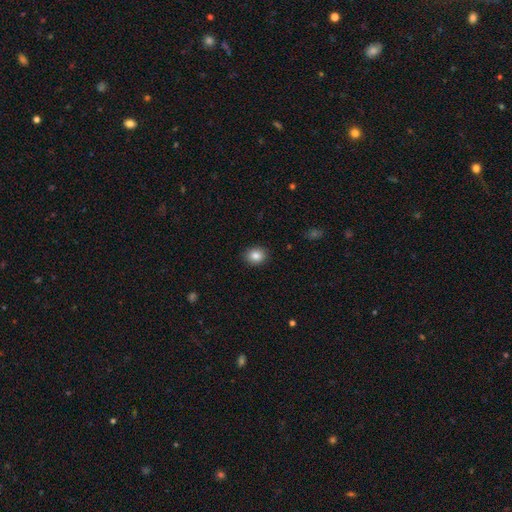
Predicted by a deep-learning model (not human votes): Smooth or featured?
  - smooth: 85% *
  - star or artifact: 9%
  - featured or disk: 6%
How rounded?
  - round: 62% *
  - in between: 37%
  - cigar-shaped: 1%
Merging?
  - none: 90% *
  - minor disturbance: 7%
  - major disturbance: 2%
  - merger: 1%